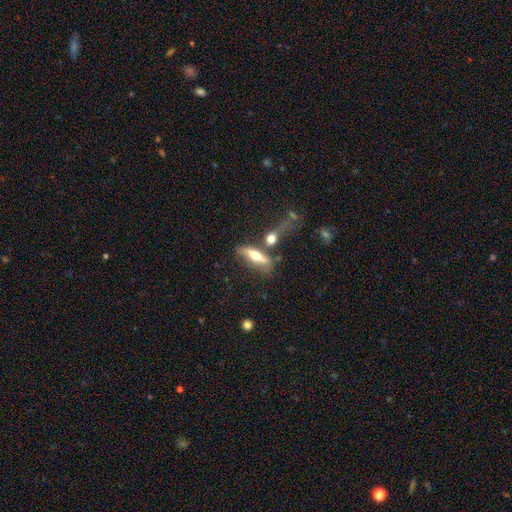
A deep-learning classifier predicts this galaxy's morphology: This appears to be a smooth galaxy with no disk features (47%). Merging: none (46%).